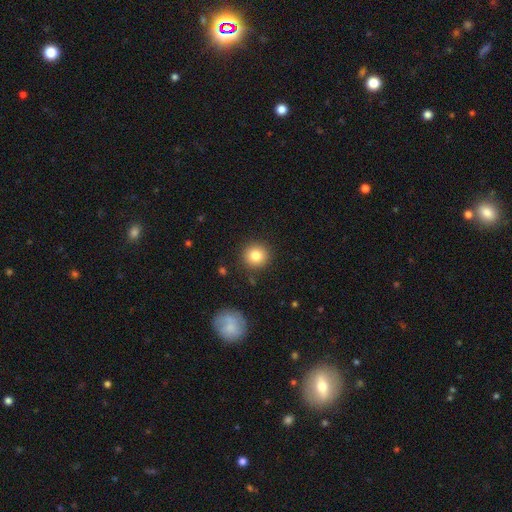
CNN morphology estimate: This appears to be a smooth galaxy with no disk features (82%) that is round (93%). Merging: none (89%).